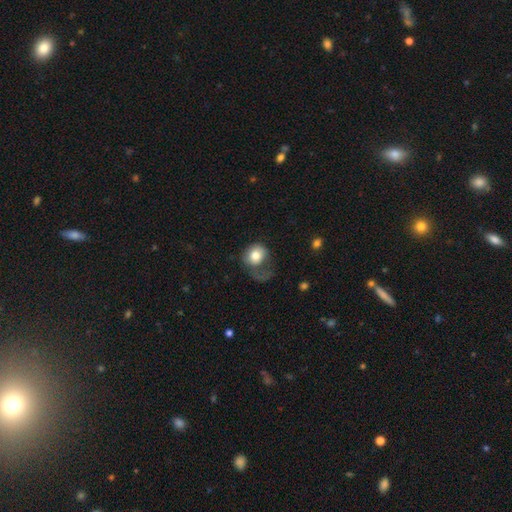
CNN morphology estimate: Q: Smooth or featured?
A: smooth (76%); runner-up: featured or disk (16%)
Q: How rounded?
A: round (69%); runner-up: in between (30%)
Q: Merging?
A: major disturbance (48%); runner-up: none (27%)